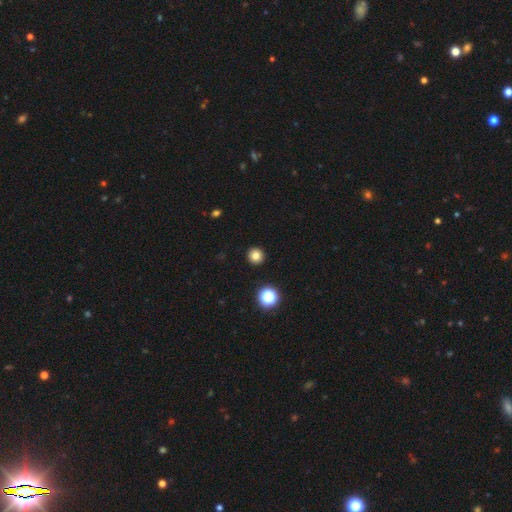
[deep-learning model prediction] Q: Smooth or featured?
A: smooth (81%); runner-up: star or artifact (14%)
Q: How rounded?
A: round (96%); runner-up: in between (3%)
Q: Merging?
A: none (93%); runner-up: minor disturbance (4%)